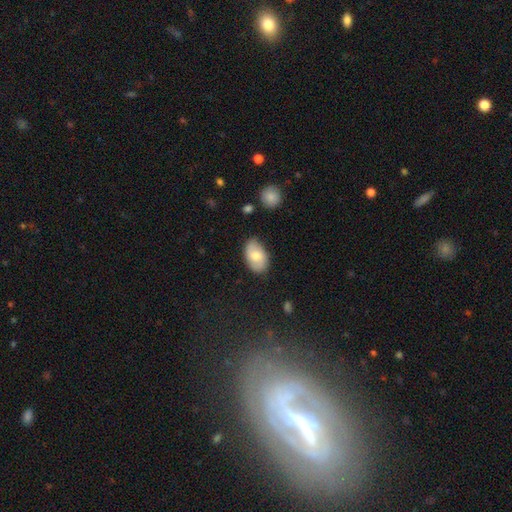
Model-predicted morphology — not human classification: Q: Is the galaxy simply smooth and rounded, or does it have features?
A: smooth — 66%.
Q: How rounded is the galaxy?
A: in between — 91%.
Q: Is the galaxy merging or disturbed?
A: none — 78%.